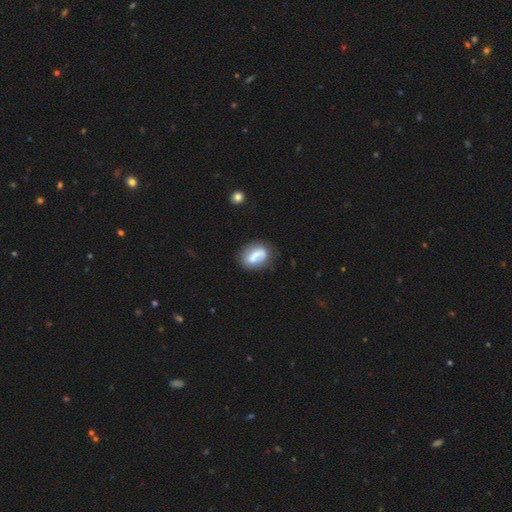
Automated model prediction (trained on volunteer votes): smooth-or-featured: smooth: 60% | featured or disk: 33% | star or artifact: 8%
  how-rounded: in between: 76% | round: 19% | cigar-shaped: 5%
  merging: none: 62% | minor disturbance: 21% | merger: 9% | major disturbance: 8%